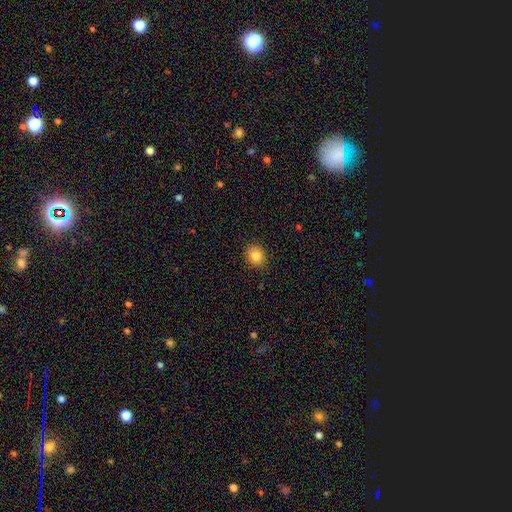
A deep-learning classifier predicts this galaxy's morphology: A smooth galaxy with no disk features (84%) that is round (62%). Merging: none (89%).